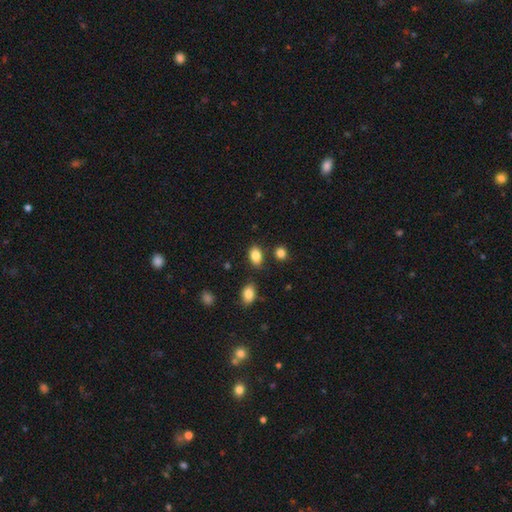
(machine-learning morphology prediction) Smooth or featured? smooth (85%)
How rounded? in between (84%)
Merging? none (79%)